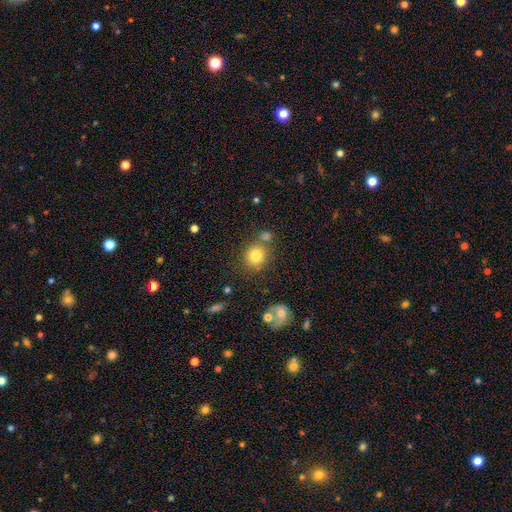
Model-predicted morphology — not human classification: type=smooth (81%); roundness=round (82%); merging=none (70%).